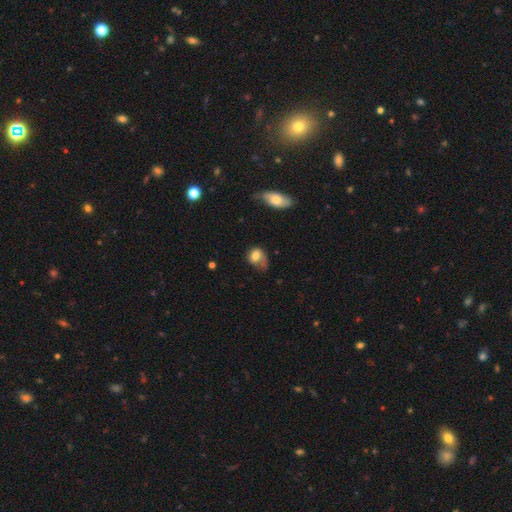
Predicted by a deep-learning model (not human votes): smooth 66%, featured or disk 25%, star or artifact 9%. Down the decision tree: how rounded — in between (56%); merging — major disturbance (34%).